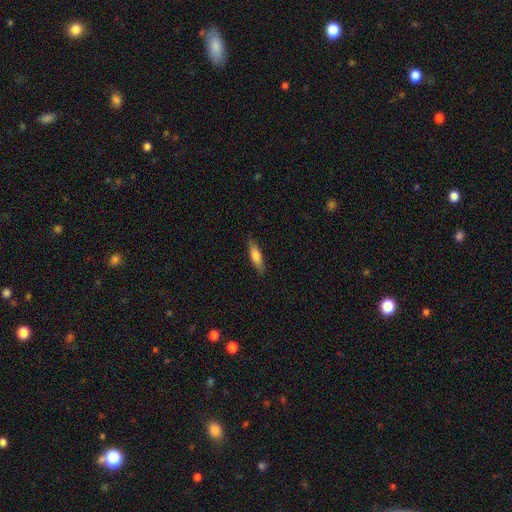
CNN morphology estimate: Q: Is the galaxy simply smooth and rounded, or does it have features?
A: smooth — 72%.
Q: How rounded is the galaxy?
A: cigar-shaped — 65%.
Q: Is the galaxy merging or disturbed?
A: none — 87%.